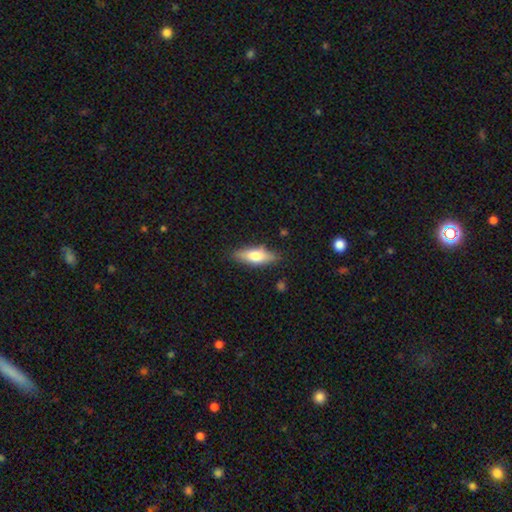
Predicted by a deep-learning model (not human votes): Smooth or featured? Predicted: smooth (p=0.65). How rounded? Predicted: in between (p=0.61). Merging? Predicted: none (p=0.83).